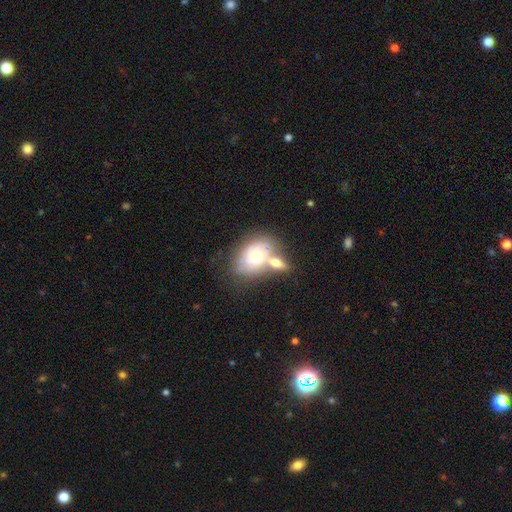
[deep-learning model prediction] This is possibly a smooth galaxy (56%). How rounded: likely in between (74%). Merging: possibly merger (48%).